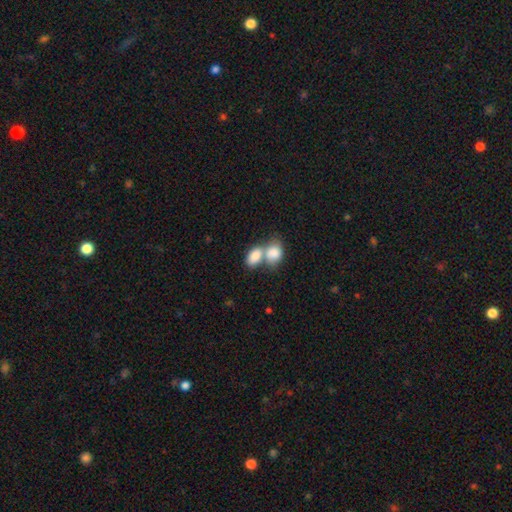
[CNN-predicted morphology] This appears to be a smooth galaxy with no disk features (83%) that is in between round and cigar-shaped (85%). Merging: merger (68%).